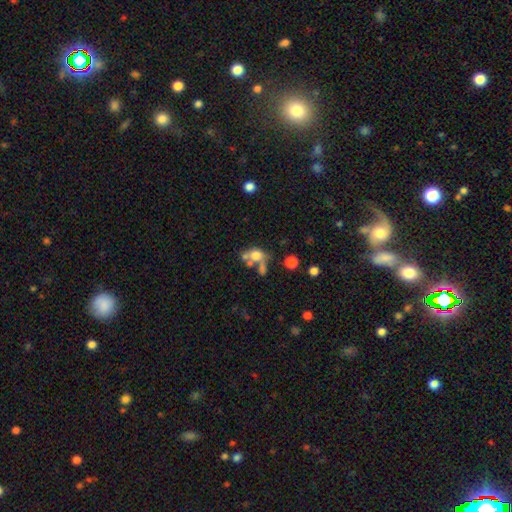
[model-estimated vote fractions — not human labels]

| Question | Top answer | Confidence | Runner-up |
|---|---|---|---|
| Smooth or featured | smooth | 62% | featured or disk (24%) |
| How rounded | in between | 55% | round (42%) |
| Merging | merger | 42% | none (32%) |